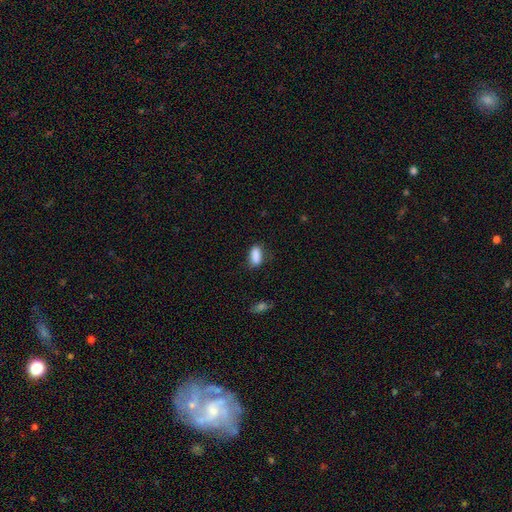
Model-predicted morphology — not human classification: A smooth galaxy with no disk features (87%) that is in between round and cigar-shaped (83%).

Vote fractions:
- Smooth or featured? smooth: 87% / star or artifact: 8% / featured or disk: 5%
- How rounded? in between: 83% / cigar-shaped: 13% / round: 4%
- Merging? none: 73% / minor disturbance: 20% / major disturbance: 5% / merger: 3%